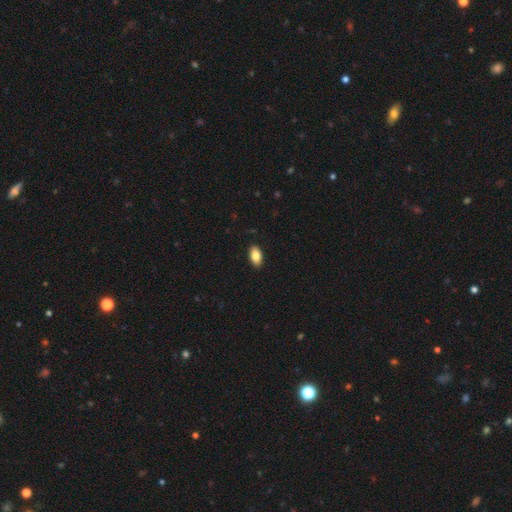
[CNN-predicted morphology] smooth_or_featured: smooth (p=0.84) [alt: featured or disk p=0.09]
how_rounded: in between (p=0.92) [alt: round p=0.05]
merging: none (p=0.90) [alt: minor disturbance p=0.08]